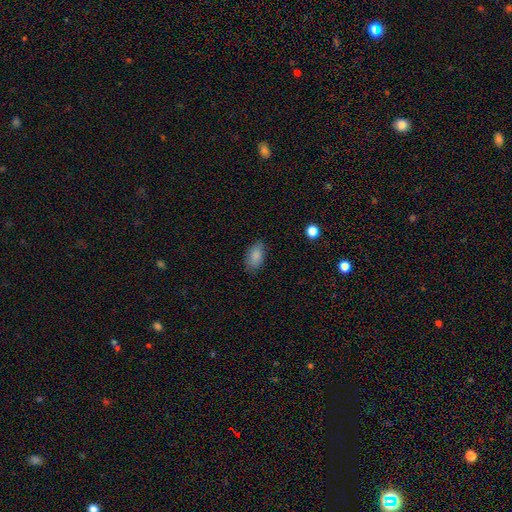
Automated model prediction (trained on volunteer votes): Smooth or featured? Predicted: smooth (p=0.87). How rounded? Predicted: in between (p=0.92). Merging? Predicted: none (p=0.81).